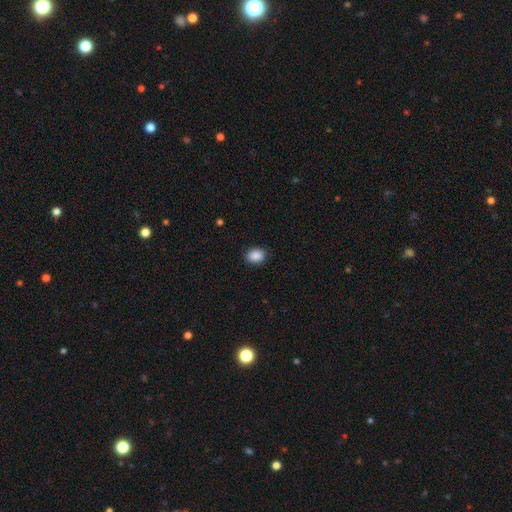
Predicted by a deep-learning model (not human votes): Smooth or featured? smooth (89%)
How rounded? in between (54%)
Merging? none (87%)